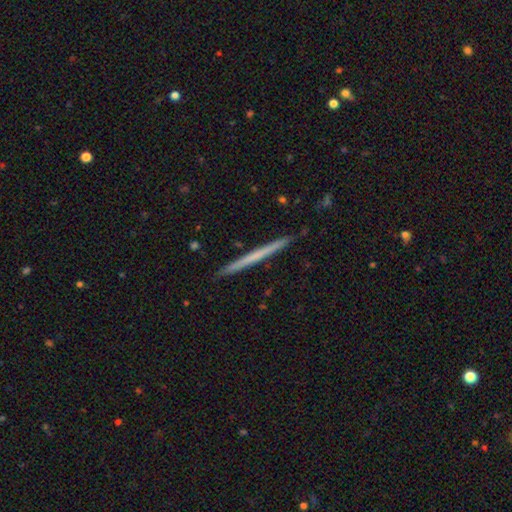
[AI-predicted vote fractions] smooth_or_featured: featured or disk (p=0.47) [tied with: smooth p=0.47]
merging: none (p=0.92) [alt: minor disturbance p=0.05]